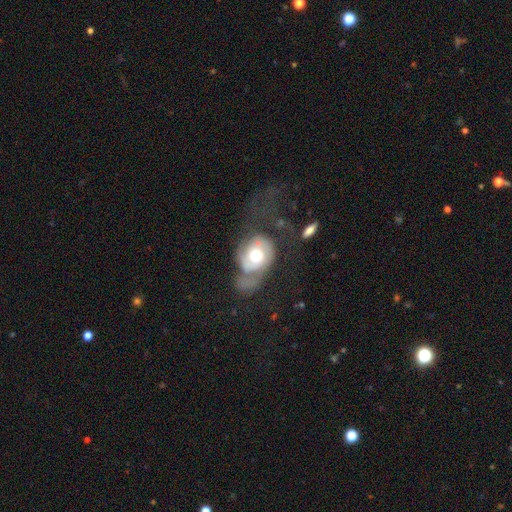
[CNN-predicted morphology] The model was most divided on "merging": major disturbance: 47%, none: 24%, minor disturbance: 19%, merger: 9%. More confident: edge-on disk — no (96%); bar — no (80%); bulge size — moderate (72%); spiral arms — yes (70%); smooth or featured — featured or disk (60%).